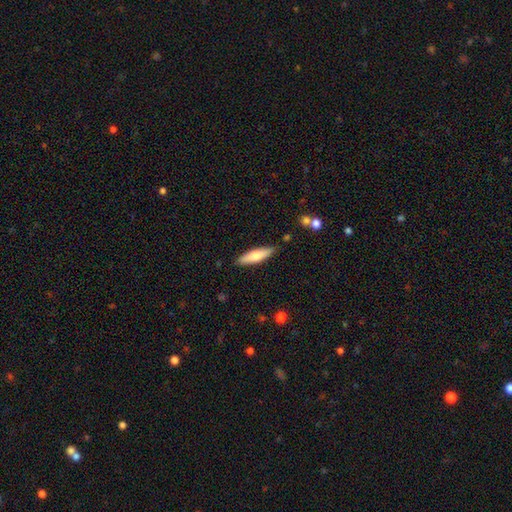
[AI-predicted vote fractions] This appears to be a smooth galaxy with no disk features (65%) that is cigar-shaped (71%). Merging: none (85%).